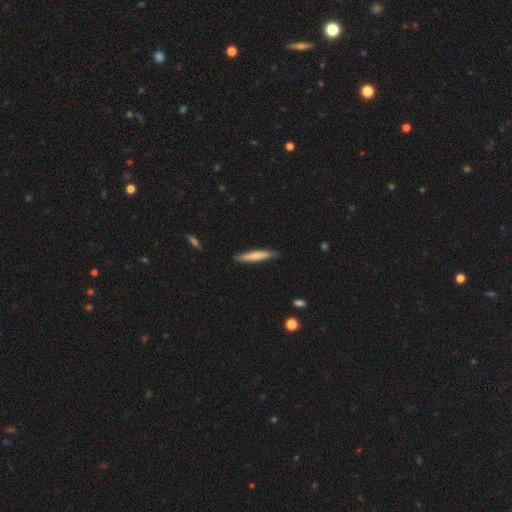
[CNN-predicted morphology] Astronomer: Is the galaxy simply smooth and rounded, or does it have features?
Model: smooth — 69%.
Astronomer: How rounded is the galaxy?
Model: cigar-shaped — 92%.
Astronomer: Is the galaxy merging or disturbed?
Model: none — 86%.